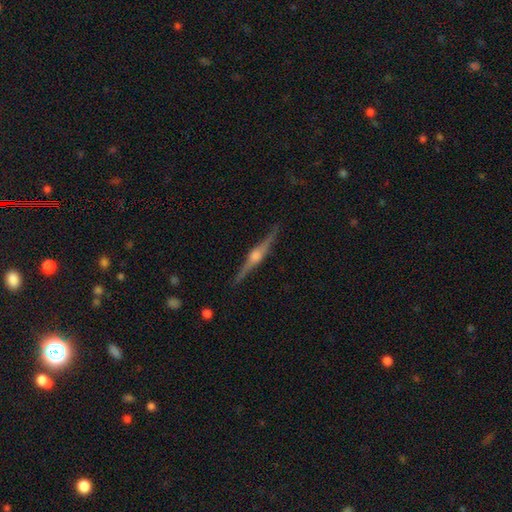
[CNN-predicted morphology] This appears to be a featured or disk galaxy (88%) viewed edge-on (98%) with a rounded central bulge (91%). Merging: none (90%).